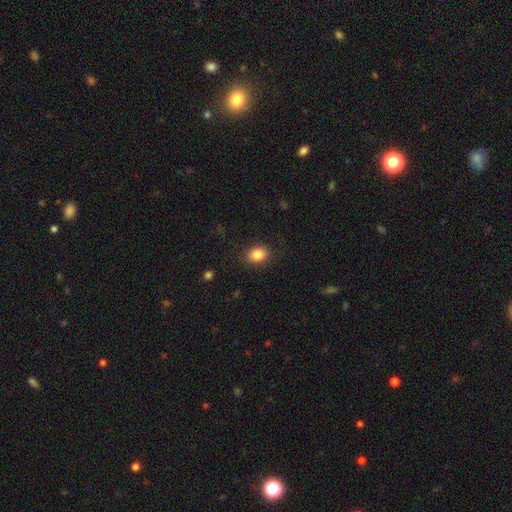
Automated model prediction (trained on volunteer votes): smooth 85%, star or artifact 9%, featured or disk 6%. Down the decision tree: how rounded — in between (51%); merging — none (86%).